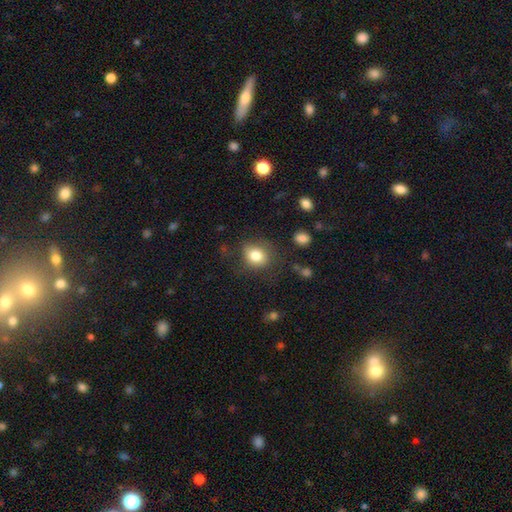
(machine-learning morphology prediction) Smooth or featured: smooth — 81% (star or artifact — 10%)
How rounded: round — 65% (in between — 34%)
Merging: none — 75% (minor disturbance — 16%)